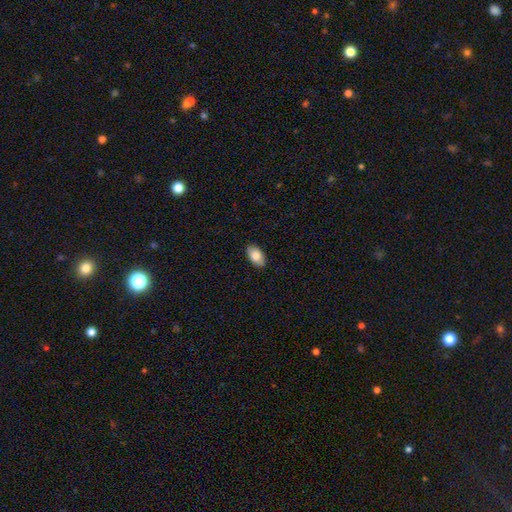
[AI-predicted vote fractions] This appears to be a smooth galaxy with no disk features (83%) that is in between round and cigar-shaped (94%). Merging: none (89%).